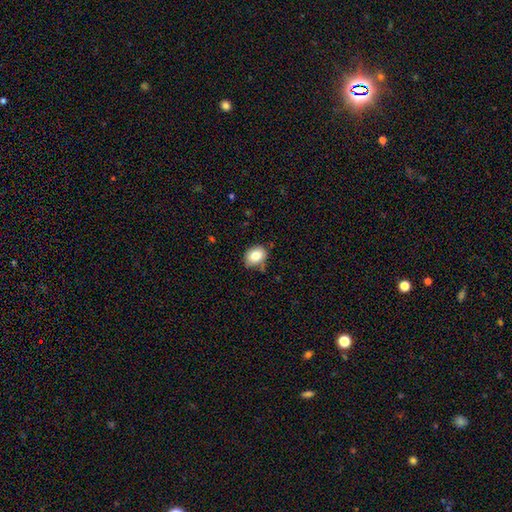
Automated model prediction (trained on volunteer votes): Overall: smooth (82%). How rounded: in between (58%; round 41%). Merging: none (74%).